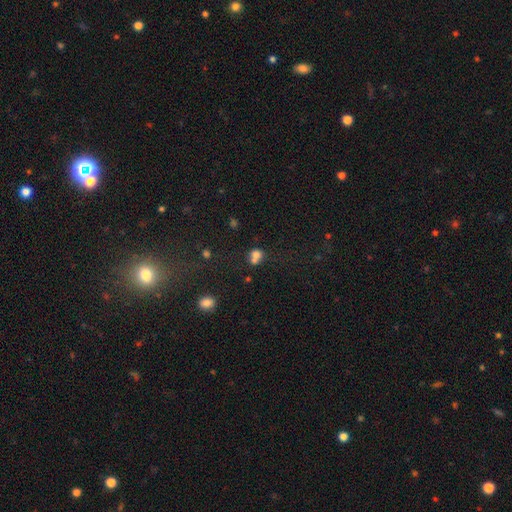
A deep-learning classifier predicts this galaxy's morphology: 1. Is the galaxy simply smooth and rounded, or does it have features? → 71% smooth, 14% featured or disk, 14% star or artifact.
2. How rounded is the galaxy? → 72% round, 27% in between, 1% cigar-shaped.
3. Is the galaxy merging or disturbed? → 55% merger, 31% none, 9% minor disturbance, 5% major disturbance.